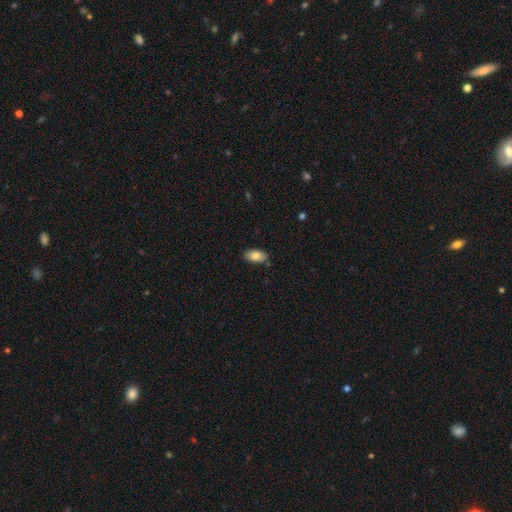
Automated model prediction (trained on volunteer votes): A smooth galaxy with no disk features (83%) that is in between round and cigar-shaped (93%). Merging: none (82%).